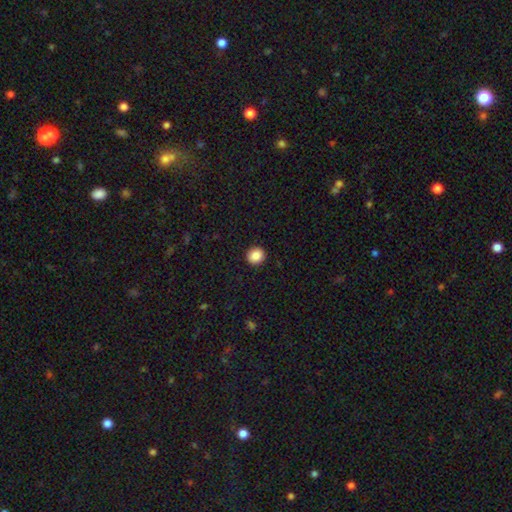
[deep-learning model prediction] Overall: smooth (87%). How rounded: round (91%). Merging: none (93%).